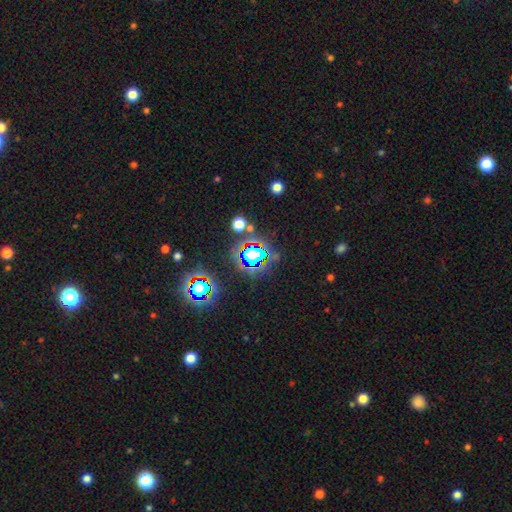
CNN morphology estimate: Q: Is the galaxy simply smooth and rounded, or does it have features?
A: star or artifact — 76%.